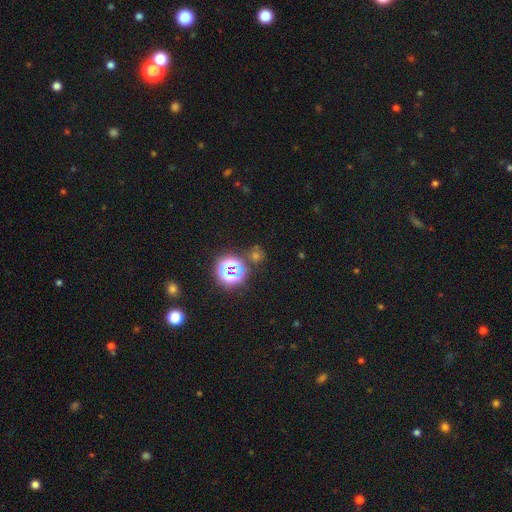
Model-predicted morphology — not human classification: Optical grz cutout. It shows a star or artifact, not a galaxy (53%).